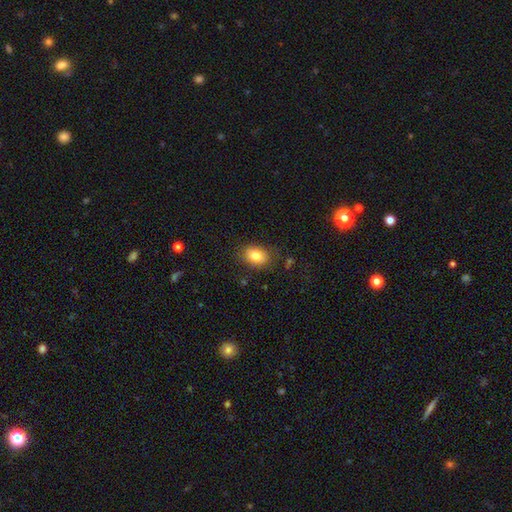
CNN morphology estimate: type=smooth (83%); roundness=in between (79%); merging=none (81%).